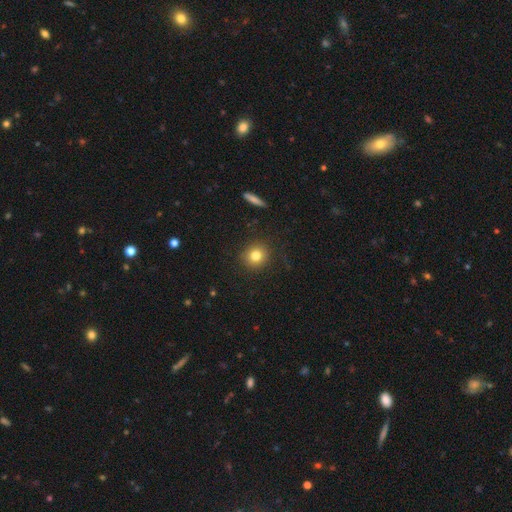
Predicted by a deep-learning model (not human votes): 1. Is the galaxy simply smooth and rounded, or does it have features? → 80% smooth, 11% star or artifact, 8% featured or disk.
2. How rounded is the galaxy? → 90% round, 9% in between, 1% cigar-shaped.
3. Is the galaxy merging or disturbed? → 90% none, 7% minor disturbance, 3% major disturbance, 1% merger.